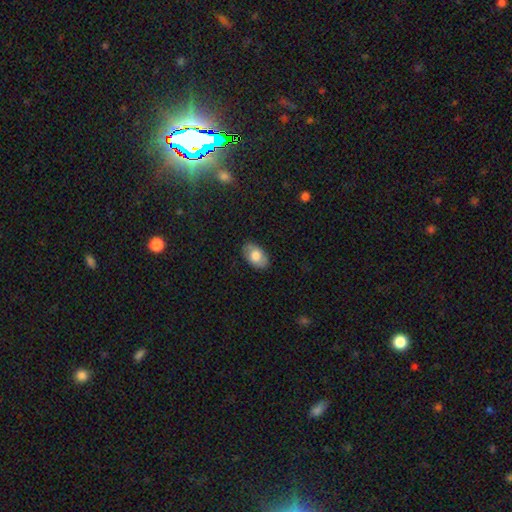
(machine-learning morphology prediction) Smooth or featured? Predicted: smooth (p=0.75). How rounded? Predicted: in between (p=0.92). Merging? Predicted: none (p=0.85).